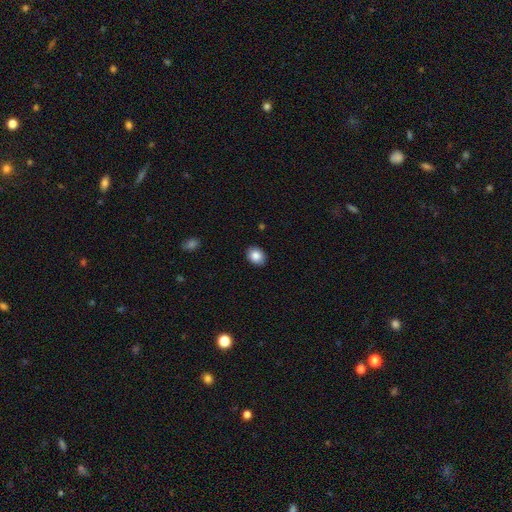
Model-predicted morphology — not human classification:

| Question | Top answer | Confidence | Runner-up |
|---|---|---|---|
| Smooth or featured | smooth | 86% | star or artifact (8%) |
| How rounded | in between | 57% | round (42%) |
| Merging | none | 90% | minor disturbance (7%) |